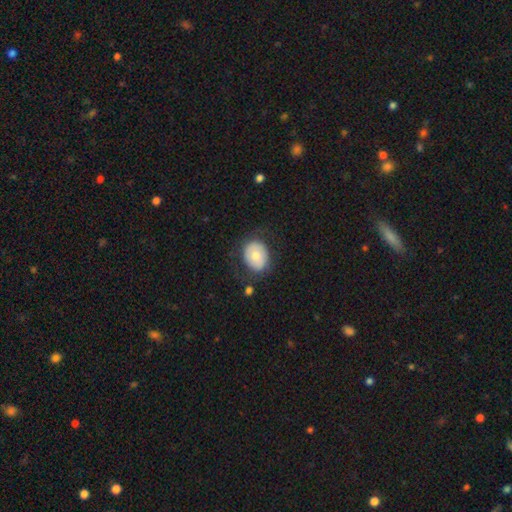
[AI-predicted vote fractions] Morphology: type=smooth (67%); roundness=round (50%); merging=none (71%).